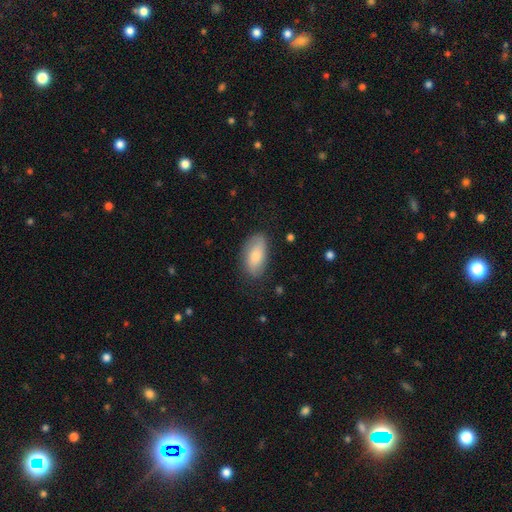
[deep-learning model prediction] smooth 73%, featured or disk 21%, star or artifact 6%. Down the decision tree: how rounded — in between (91%); merging — none (79%).